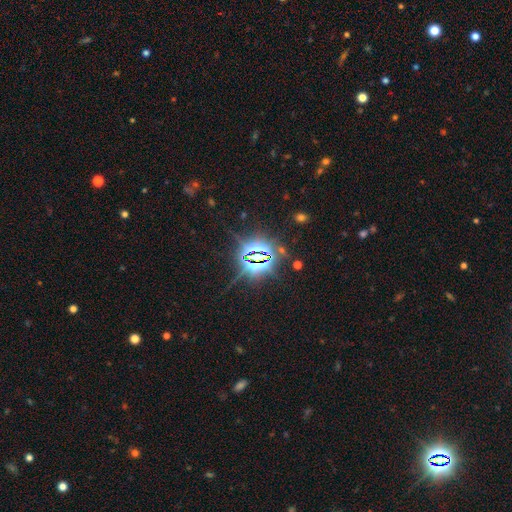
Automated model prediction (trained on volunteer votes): A star or artifact, not a galaxy (84%).